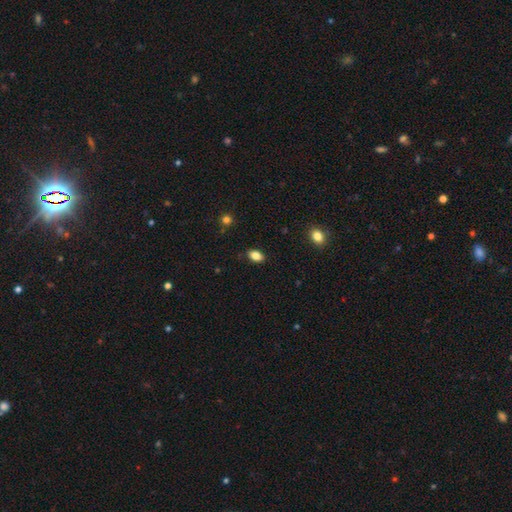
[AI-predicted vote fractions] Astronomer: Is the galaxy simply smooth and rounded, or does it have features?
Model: smooth — 83%.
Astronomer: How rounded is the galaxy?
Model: in between — 87%.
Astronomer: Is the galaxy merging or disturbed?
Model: none — 87%.